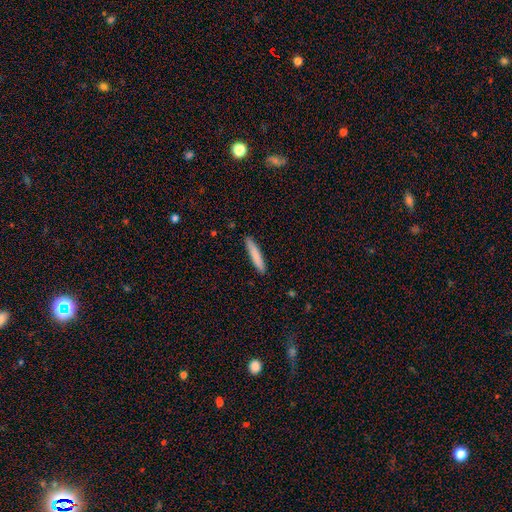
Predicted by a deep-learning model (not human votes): A smooth galaxy with no disk features (82%) that is cigar-shaped (91%).

Vote fractions:
- Smooth or featured? smooth: 82% / featured or disk: 12% / star or artifact: 6%
- How rounded? cigar-shaped: 91% / in between: 7% / round: 1%
- Merging? none: 89% / minor disturbance: 8% / major disturbance: 2% / merger: 1%